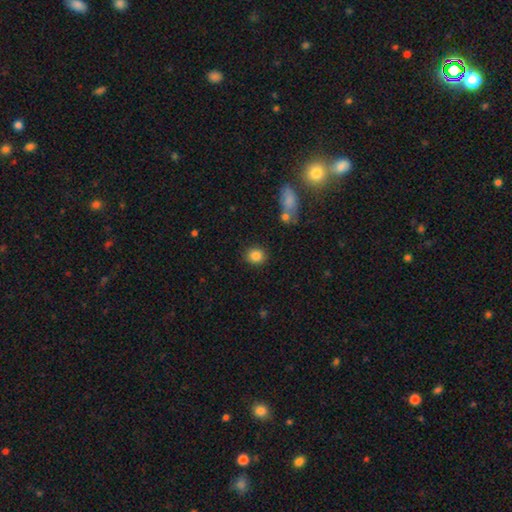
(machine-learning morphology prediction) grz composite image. It shows a smooth galaxy with no disk features (86%) that is round (78%). Merging: none (87%).